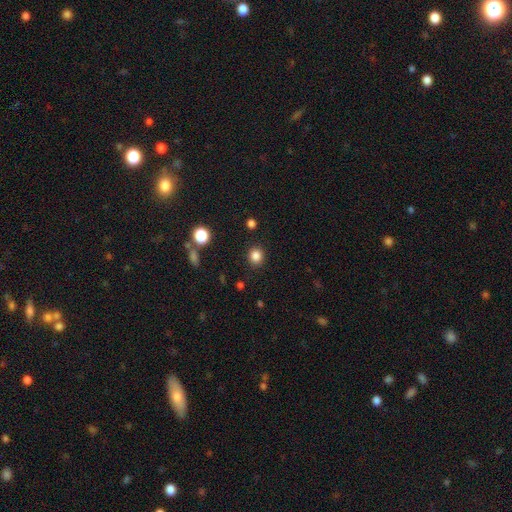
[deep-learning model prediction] smooth-or-featured: smooth: 84% | star or artifact: 12% | featured or disk: 4%
  how-rounded: round: 82% | in between: 17% | cigar-shaped: 1%
  merging: none: 89% | minor disturbance: 7% | major disturbance: 3% | merger: 2%